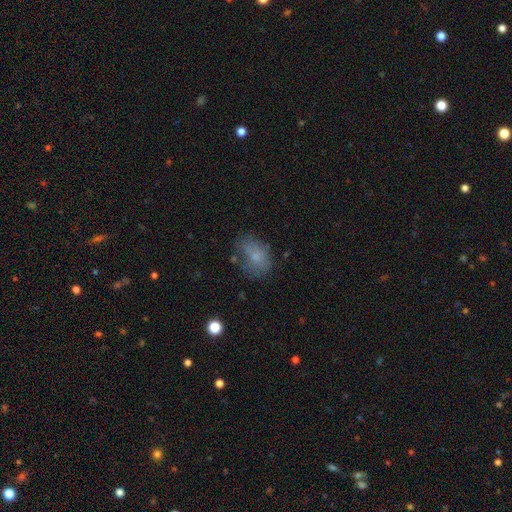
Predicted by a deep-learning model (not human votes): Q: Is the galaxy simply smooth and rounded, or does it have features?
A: smooth — 71%.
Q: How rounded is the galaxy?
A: in between — 76%.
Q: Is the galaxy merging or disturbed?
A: none — 49%.